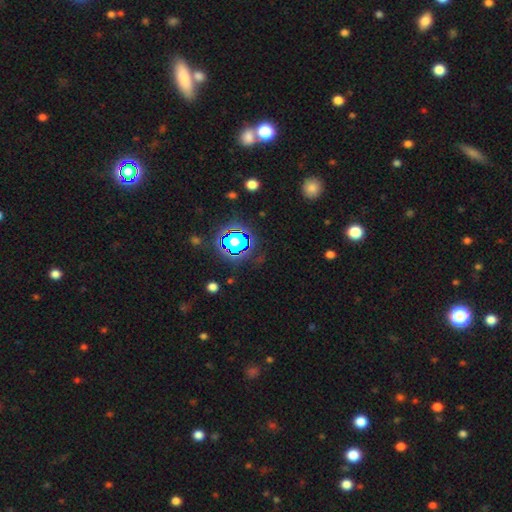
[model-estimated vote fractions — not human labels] Morphology: type=star or artifact (79%).